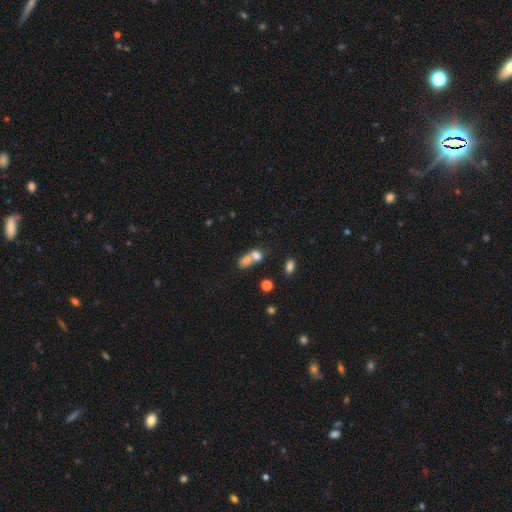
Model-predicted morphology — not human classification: smooth_or_featured: smooth (p=0.72) [alt: featured or disk p=0.16]
how_rounded: in between (p=0.63) [alt: round p=0.34]
merging: merger (p=0.70) [alt: none p=0.20]